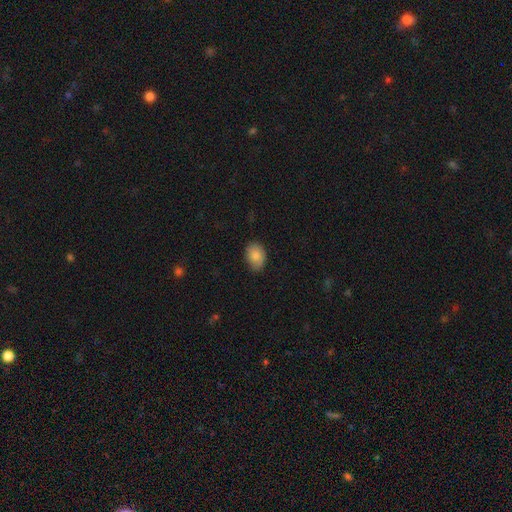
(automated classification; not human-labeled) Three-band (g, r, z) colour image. It shows a smooth galaxy with no disk features (85%) that is in between round and cigar-shaped (77%). Merging: none (81%).